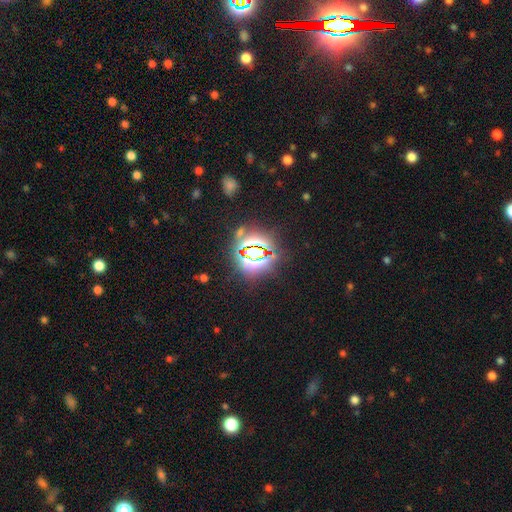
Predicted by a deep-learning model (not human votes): smooth_or_featured: star or artifact (p=0.82) [alt: smooth p=0.10]